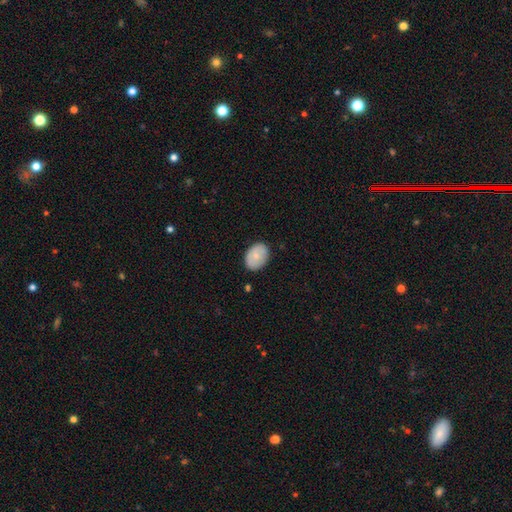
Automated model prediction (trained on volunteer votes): A smooth galaxy with no disk features (74%) that is in between round and cigar-shaped (74%). Merging: none (83%).